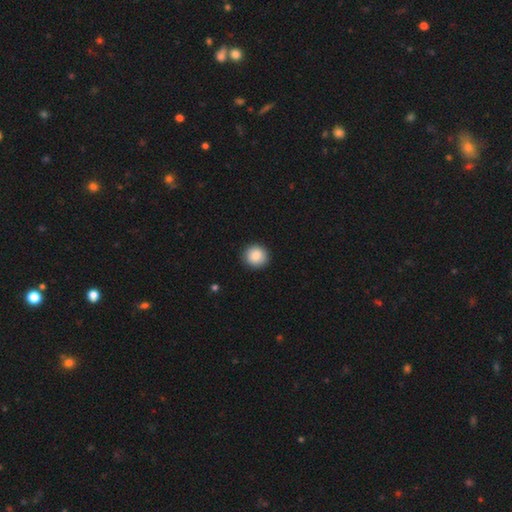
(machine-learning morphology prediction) A smooth galaxy with no disk features (88%) that is round (92%).

Vote fractions:
- Smooth or featured? smooth: 88% / star or artifact: 8% / featured or disk: 5%
- How rounded? round: 92% / in between: 7% / cigar-shaped: 1%
- Merging? none: 92% / minor disturbance: 6% / major disturbance: 2% / merger: 1%